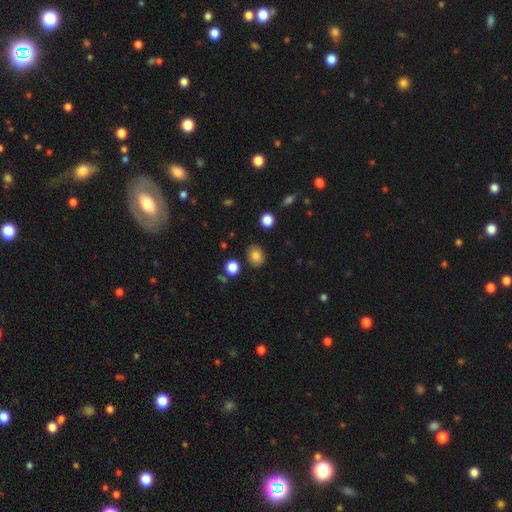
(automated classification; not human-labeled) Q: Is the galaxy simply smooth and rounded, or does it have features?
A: smooth — 83%.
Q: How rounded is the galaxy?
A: round — 52%.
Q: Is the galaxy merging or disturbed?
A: none — 85%.